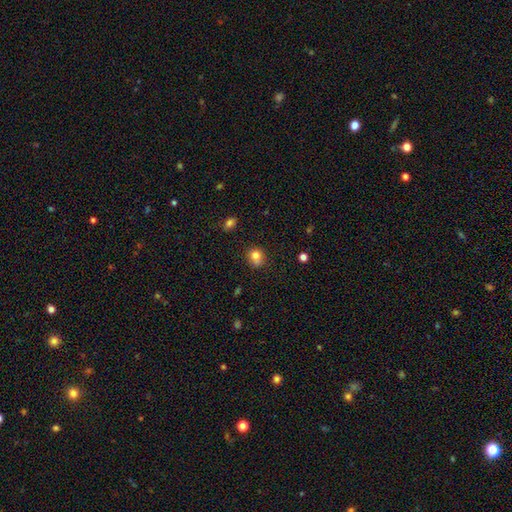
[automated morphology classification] This is likely a smooth galaxy (78%). How rounded: likely round (71%). Merging: possibly none (59%).